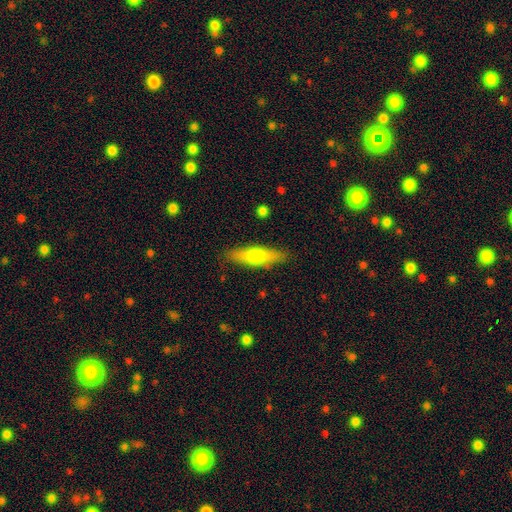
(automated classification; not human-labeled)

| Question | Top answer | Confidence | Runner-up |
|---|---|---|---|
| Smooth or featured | smooth | 54% | featured or disk (40%) |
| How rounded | cigar-shaped | 67% | in between (30%) |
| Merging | none | 86% | minor disturbance (10%) |